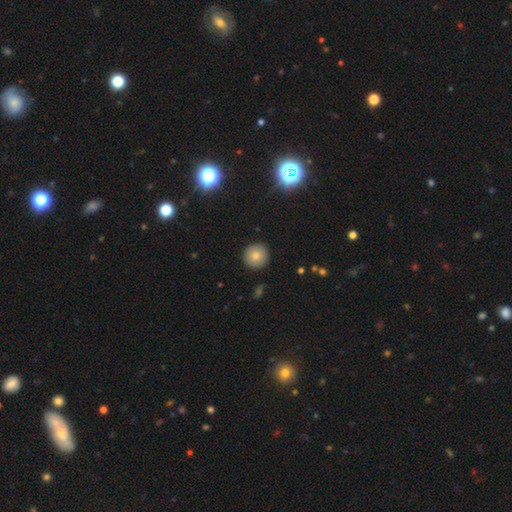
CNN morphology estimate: A smooth galaxy with no disk features (79%) that is round (95%). Merging: none (91%).